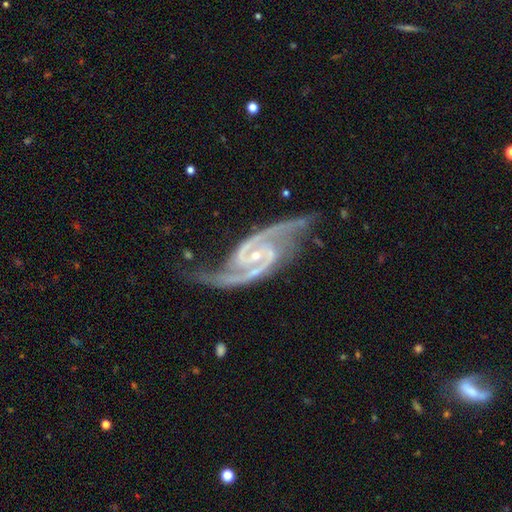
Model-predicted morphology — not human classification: A featured or disk galaxy (94%) with no bar (39%, tied with weak), 2 (92%) medium (60%) spiral arms (99%) and a small central bulge (75%).

Vote fractions:
- Smooth or featured? featured or disk: 94% / star or artifact: 4% / smooth: 2%
- Edge-on disk? no: 97% / yes: 3%
- Bar? no: 39% (tied) / weak: 39% (tied) / strong: 22%
- Spiral arms? yes: 99% / no: 1%
- Spiral winding? medium: 60% / loose: 21% / tight: 20%
- Spiral arm count? 2: 92% / 3: 2% / can't tell: 2% / 1: 1% / 4: 1% / more than 4: 1%
- Bulge size? small: 75% / moderate: 21% / none: 2% / large: 1% / dominant: 1%
- Merging? none: 68% / minor disturbance: 20% / major disturbance: 9% / merger: 3%